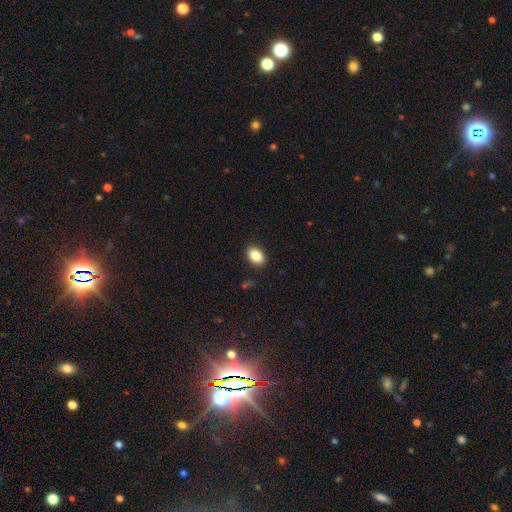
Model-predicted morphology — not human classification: This is clearly a smooth galaxy (86%). How rounded: clearly in between (84%). Merging: clearly none (89%).